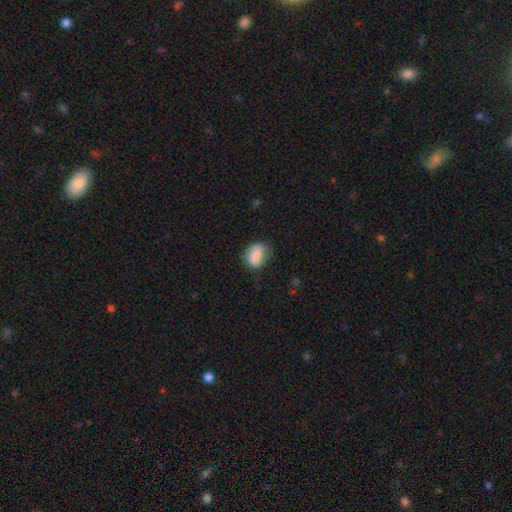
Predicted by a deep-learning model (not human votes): Smooth or featured? Predicted: smooth (p=0.75). How rounded? Predicted: in between (p=0.67). Merging? Predicted: none (p=0.65).